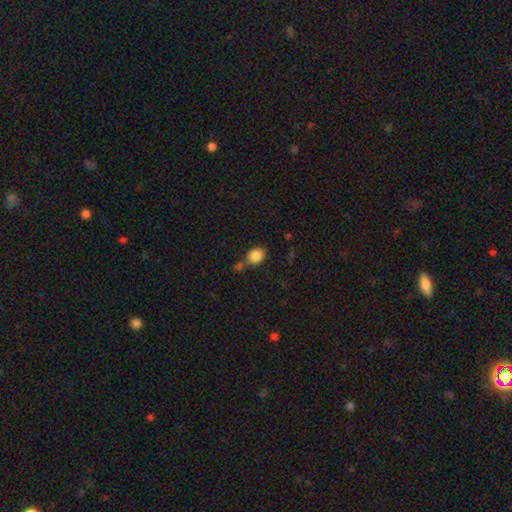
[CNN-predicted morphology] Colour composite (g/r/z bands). It shows a smooth galaxy with no disk features (86%) that is in between round and cigar-shaped (54%). Merging: none (56%).